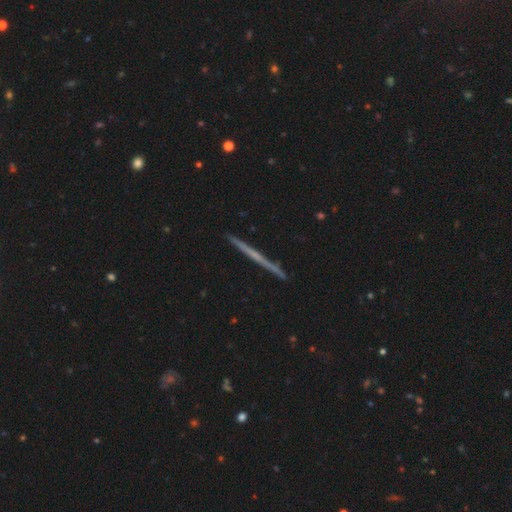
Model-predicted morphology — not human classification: A featured or disk galaxy (66%) viewed edge-on (98%) with no central bulge (79%).

Vote fractions:
- Smooth or featured? featured or disk: 66% / smooth: 28% / star or artifact: 6%
- Edge-on disk? yes: 98% / no: 2%
- Edge-on bulge? none: 79% / rounded: 17% / boxy: 5%
- Merging? none: 92% / minor disturbance: 6% / major disturbance: 1% / merger: 1%